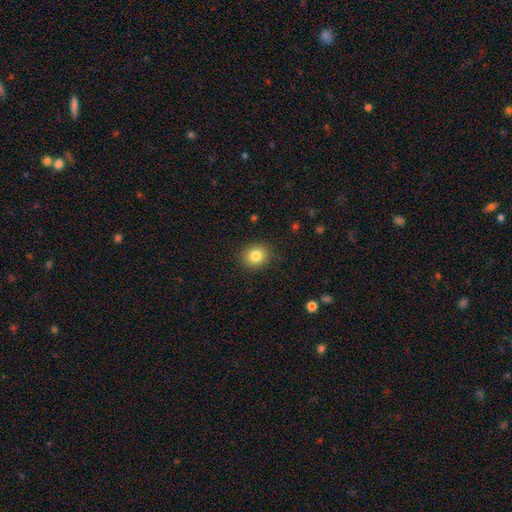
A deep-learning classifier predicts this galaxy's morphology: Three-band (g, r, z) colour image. It shows a smooth galaxy with no disk features (83%) that is round (78%). Merging: none (90%).